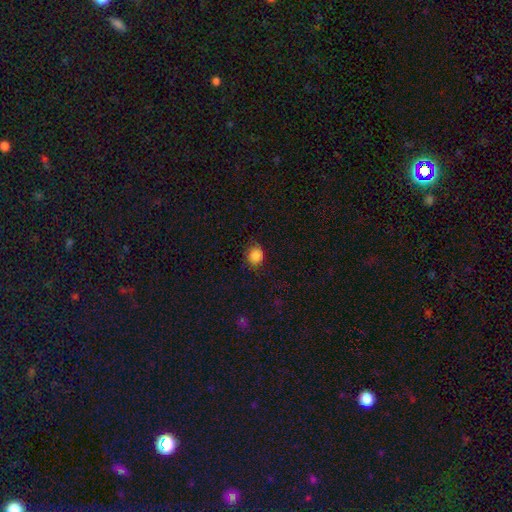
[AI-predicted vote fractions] Smooth or featured?
  - smooth: 87% *
  - star or artifact: 10%
  - featured or disk: 4%
How rounded?
  - round: 71% *
  - in between: 28%
  - cigar-shaped: 1%
Merging?
  - none: 77% *
  - minor disturbance: 18%
  - major disturbance: 4%
  - merger: 1%